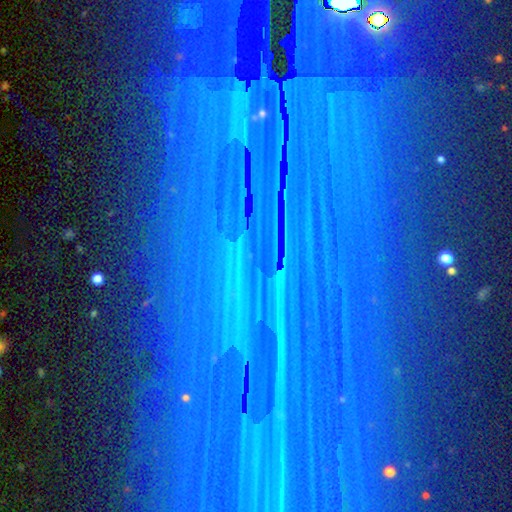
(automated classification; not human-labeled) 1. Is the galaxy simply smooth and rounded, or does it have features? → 80% star or artifact, 11% featured or disk, 9% smooth.